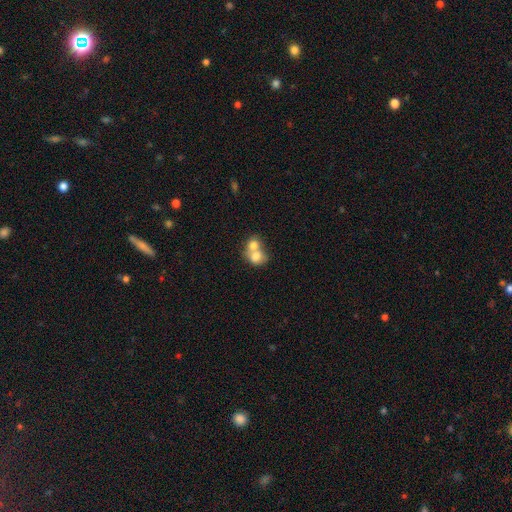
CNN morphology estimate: This is likely a smooth galaxy (73%). How rounded: possibly round (57%). Merging: likely merger (74%).